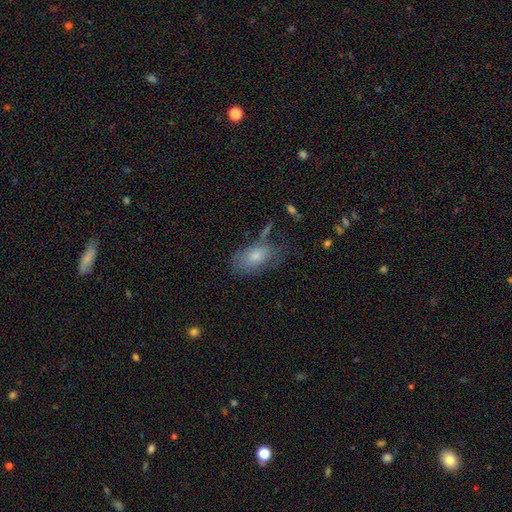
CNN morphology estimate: Smooth or featured? Predicted: smooth (p=0.66). How rounded? Predicted: in between (p=0.89). Merging? Predicted: none (p=0.56).